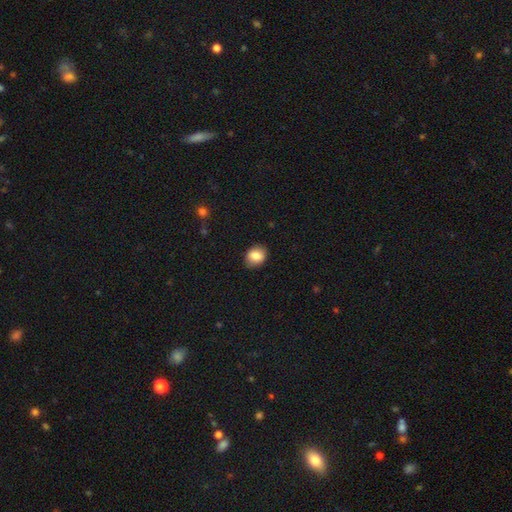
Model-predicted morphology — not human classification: A smooth galaxy with no disk features (81%) that is in between round and cigar-shaped (51%). Merging: none (84%).